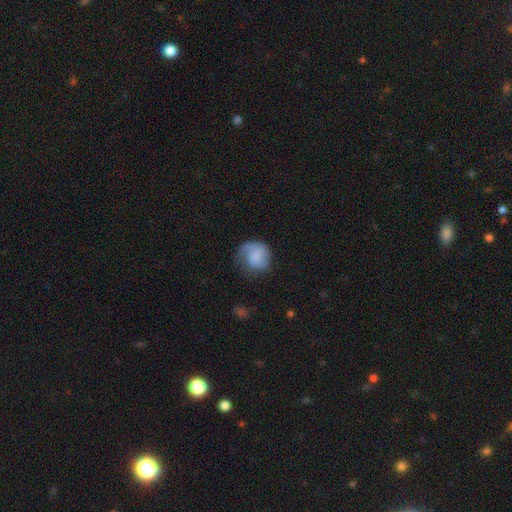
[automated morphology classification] Smooth or featured?
  - smooth: 71% *
  - featured or disk: 22%
  - star or artifact: 8%
How rounded?
  - round: 78% *
  - in between: 21%
  - cigar-shaped: 1%
Merging?
  - none: 48% *
  - minor disturbance: 30%
  - major disturbance: 21%
  - merger: 2%